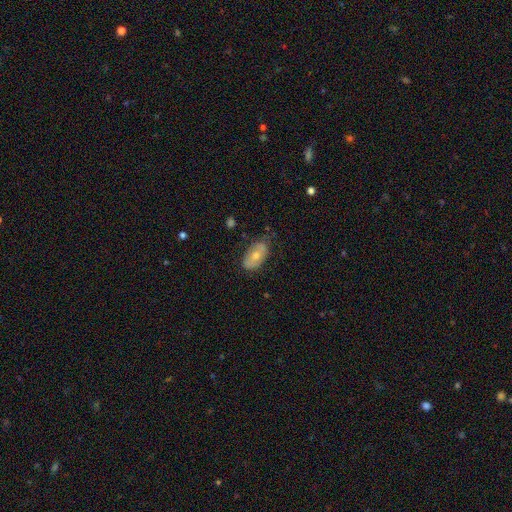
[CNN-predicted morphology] smooth_or_featured: smooth (p=0.55) [alt: featured or disk p=0.38]
how_rounded: in between (p=0.92) [alt: round p=0.06]
merging: none (p=0.68) [alt: minor disturbance p=0.25]